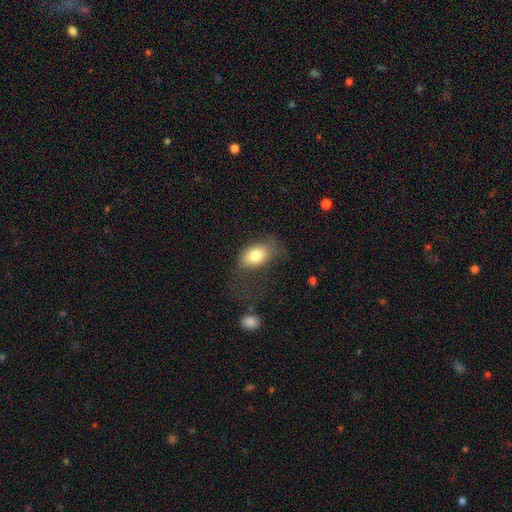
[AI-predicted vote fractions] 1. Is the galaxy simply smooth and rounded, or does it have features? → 78% smooth, 14% featured or disk, 8% star or artifact.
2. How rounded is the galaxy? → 86% in between, 12% round, 2% cigar-shaped.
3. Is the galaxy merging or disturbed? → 44% none, 28% major disturbance, 24% minor disturbance, 3% merger.